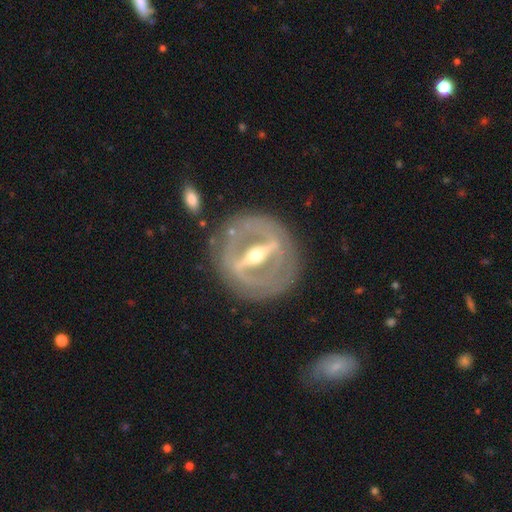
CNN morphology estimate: A featured or disk galaxy (86%) with a strong bar (86%), no spiral arms (58%) and a moderate central bulge (69%).

Vote fractions:
- Smooth or featured? featured or disk: 86% / smooth: 8% / star or artifact: 6%
- Edge-on disk? no: 75% / yes: 25%
- Bar? strong: 86% / weak: 10% / no: 4%
- Spiral arms? no: 58% / yes: 42%
- Bulge size? moderate: 69% / small: 22% / large: 6% / dominant: 1% / none: 1%
- Merging? none: 82% / minor disturbance: 10% / major disturbance: 5% / merger: 2%